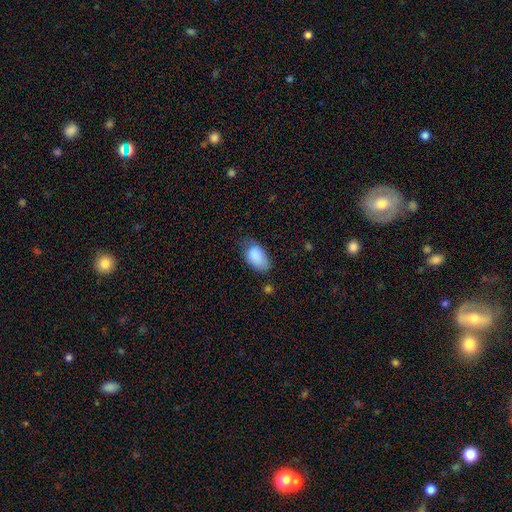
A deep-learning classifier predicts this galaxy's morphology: Smooth or featured? smooth (87%)
How rounded? in between (92%)
Merging? none (49%)